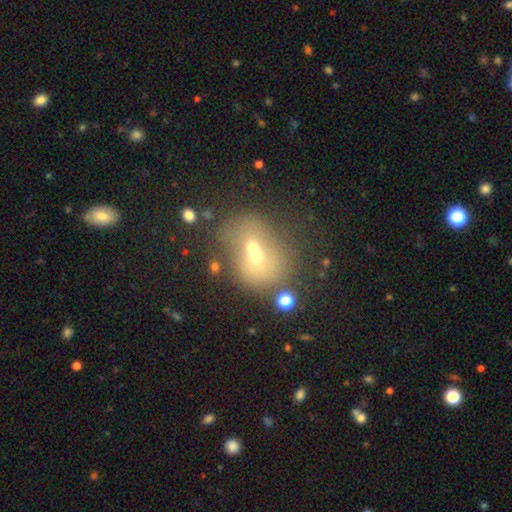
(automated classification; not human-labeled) Smooth or featured? smooth (51%)
How rounded? round (59%)
Merging? merger (57%)